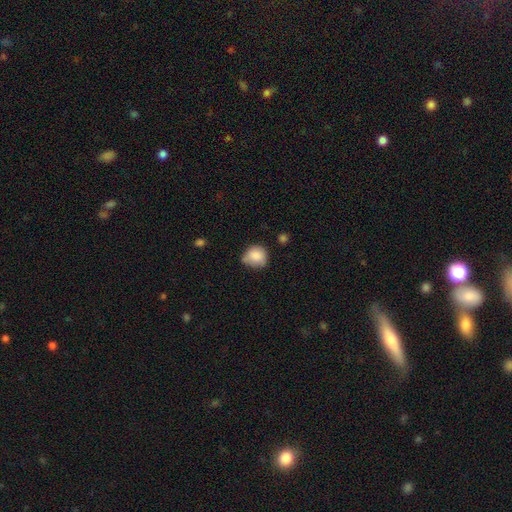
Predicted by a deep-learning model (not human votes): Overall: smooth (84%). How rounded: round (83%). Merging: none (57%; minor disturbance 32%).